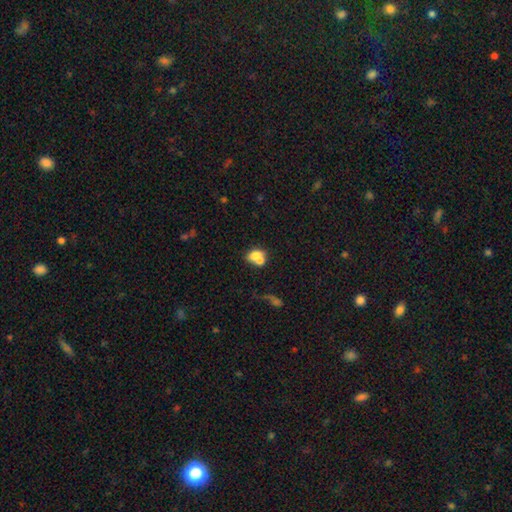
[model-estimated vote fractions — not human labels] Smooth or featured? Predicted: smooth (p=0.67). How rounded? Predicted: in between (p=0.56). Merging? Predicted: merger (p=0.60).